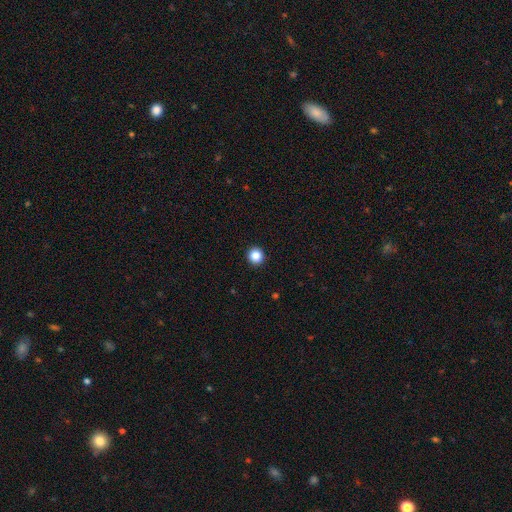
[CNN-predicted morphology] Smooth or featured? Predicted: smooth (p=0.87). How rounded? Predicted: round (p=0.96). Merging? Predicted: none (p=0.94).